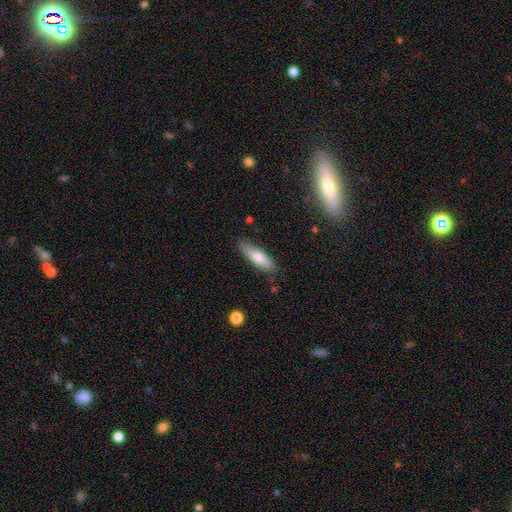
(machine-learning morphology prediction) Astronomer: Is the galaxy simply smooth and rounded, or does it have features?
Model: smooth — 69%.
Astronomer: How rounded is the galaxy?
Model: cigar-shaped — 61% (runner-up: in between, 37%).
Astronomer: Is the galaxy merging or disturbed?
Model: none — 83%.